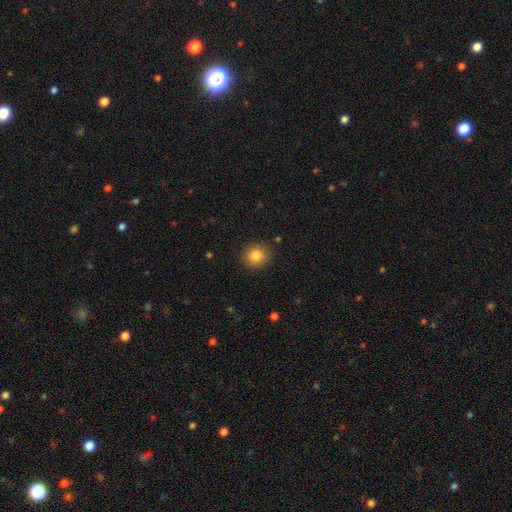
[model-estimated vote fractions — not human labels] smooth_or_featured: smooth (p=0.84) [alt: star or artifact p=0.10]
how_rounded: round (p=0.85) [alt: in between p=0.14]
merging: none (p=0.89) [alt: minor disturbance p=0.07]